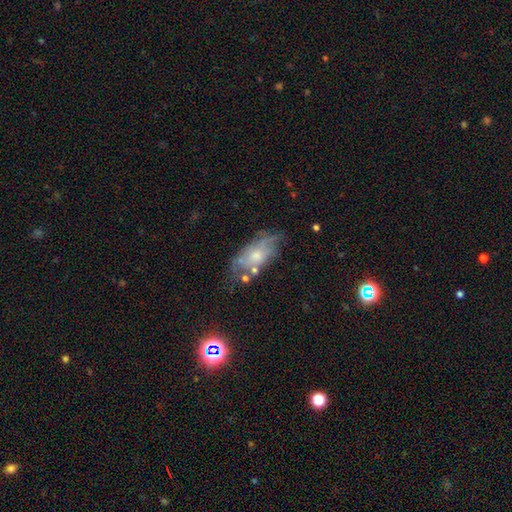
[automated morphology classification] Smooth or featured: featured or disk — 52% (smooth — 39%)
Edge-on disk: no — 86% (yes — 14%)
Merging: none — 43% (minor disturbance — 29%)